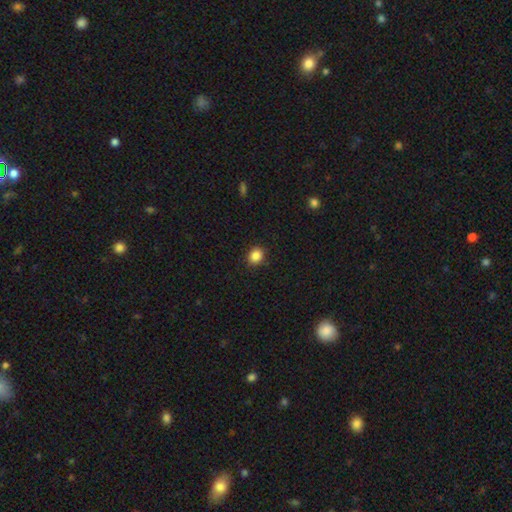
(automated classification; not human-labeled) Smooth or featured: smooth — 87% (star or artifact — 10%)
How rounded: round — 71% (in between — 28%)
Merging: none — 88% (minor disturbance — 8%)